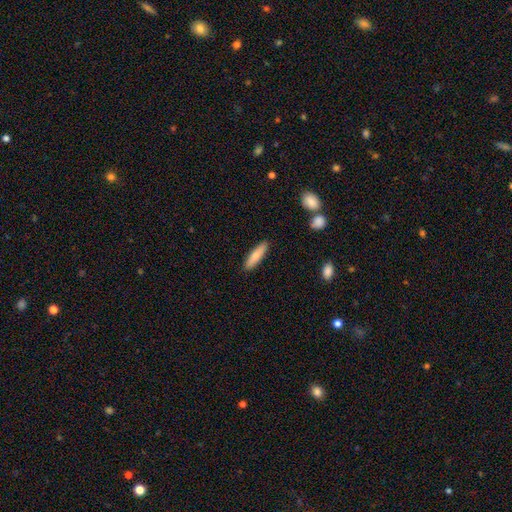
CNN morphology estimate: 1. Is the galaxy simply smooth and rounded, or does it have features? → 77% smooth, 18% featured or disk, 6% star or artifact.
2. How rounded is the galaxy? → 73% cigar-shaped, 26% in between, 2% round.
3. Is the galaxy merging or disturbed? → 89% none, 8% minor disturbance, 2% major disturbance, 1% merger.